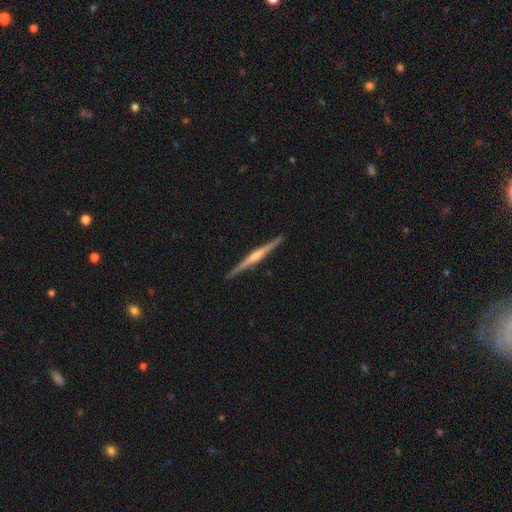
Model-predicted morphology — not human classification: This appears to be a featured or disk galaxy (83%) viewed edge-on (99%) with a rounded central bulge (78%). Merging: none (92%).